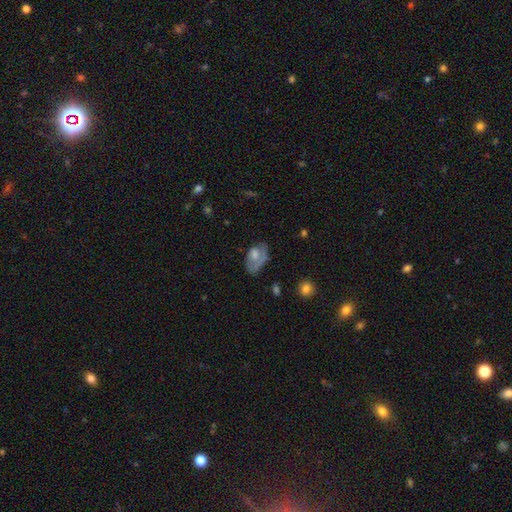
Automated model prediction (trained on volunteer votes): Overall: smooth (53%; featured or disk 39%). How rounded: in between (88%). Merging: none (41%; minor disturbance 30%).